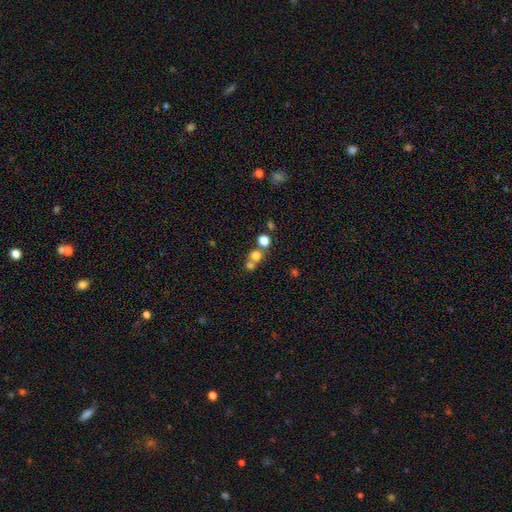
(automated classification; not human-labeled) smooth 71%, star or artifact 18%, featured or disk 11%. Down the decision tree: how rounded — round (83%); merging — none (47%).